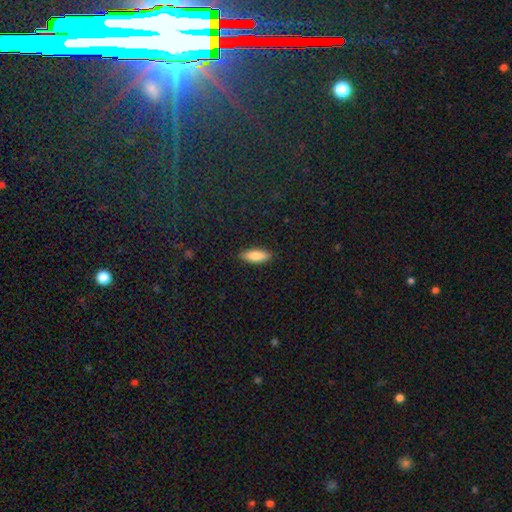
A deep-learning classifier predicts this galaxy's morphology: Smooth or featured? smooth (84%)
How rounded? in between (63%)
Merging? none (89%)